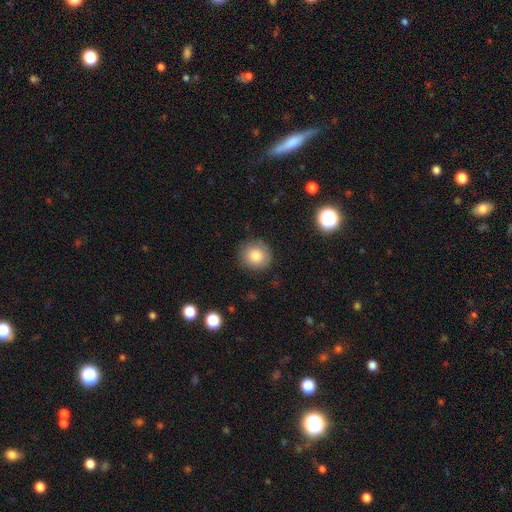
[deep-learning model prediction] The model was most divided on "smooth or featured": smooth: 82%, star or artifact: 10%, featured or disk: 9%. More confident: how rounded — round (91%); merging — none (86%).